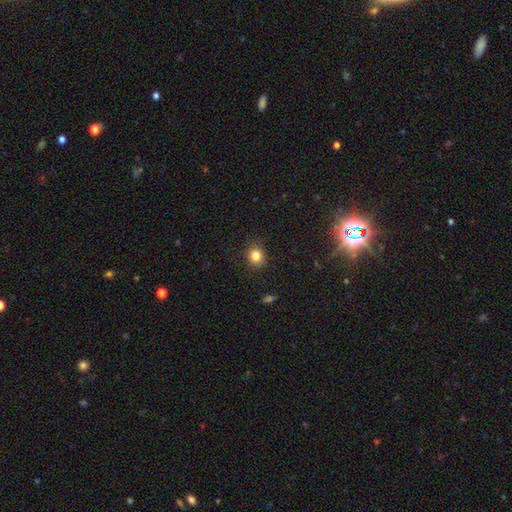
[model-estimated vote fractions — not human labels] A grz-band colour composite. It shows a smooth galaxy with no disk features (83%) that is round (76%). Merging: none (87%).